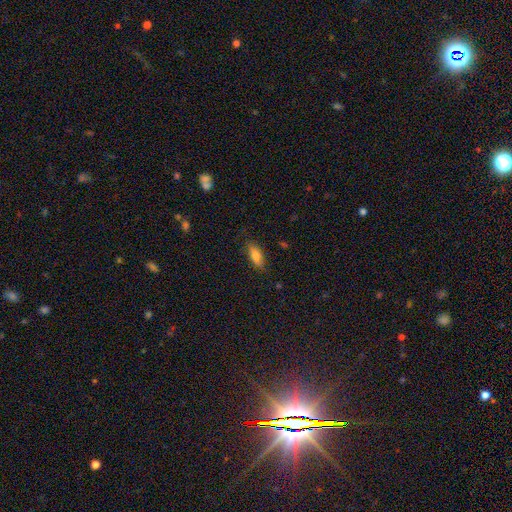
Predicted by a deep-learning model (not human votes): Morphology: type=smooth (77%); roundness=in between (73%); merging=none (81%).